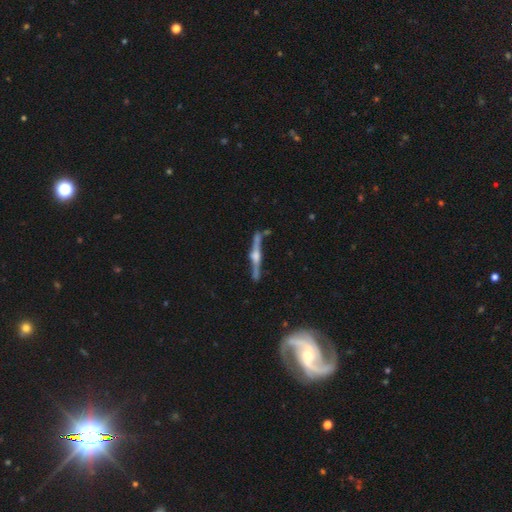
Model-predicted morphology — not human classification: A featured or disk galaxy (85%) viewed edge-on (98%) with a rounded central bulge (88%).

Vote fractions:
- Smooth or featured? featured or disk: 85% / smooth: 9% / star or artifact: 6%
- Edge-on disk? yes: 98% / no: 2%
- Edge-on bulge? rounded: 88% / boxy: 8% / none: 3%
- Merging? none: 81% / minor disturbance: 12% / merger: 4% / major disturbance: 3%